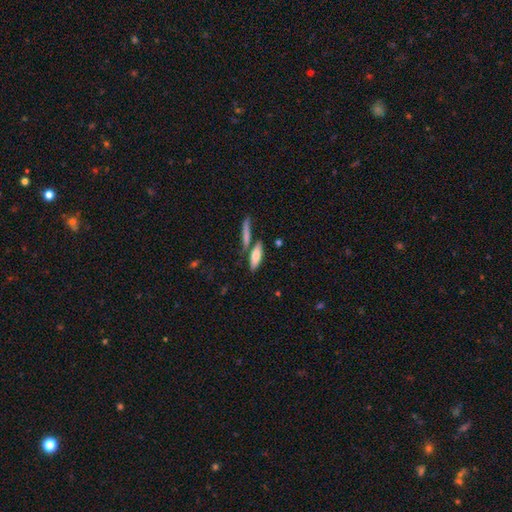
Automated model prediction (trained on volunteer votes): This appears to be a smooth galaxy with no disk features (72%) that is cigar-shaped (51%). Merging: none (64%).